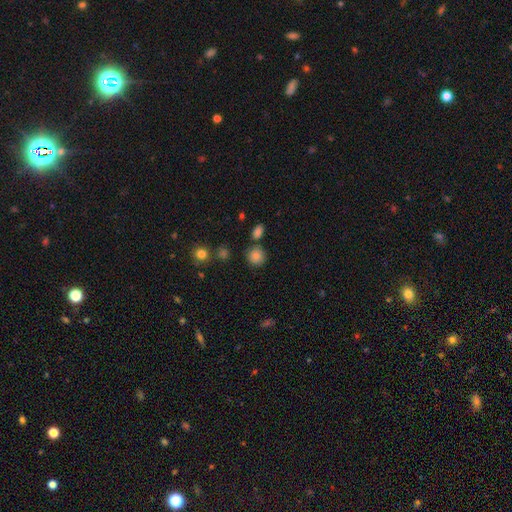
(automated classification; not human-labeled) Smooth or featured? Predicted: smooth (p=0.83). How rounded? Predicted: round (p=0.86). Merging? Predicted: none (p=0.77).